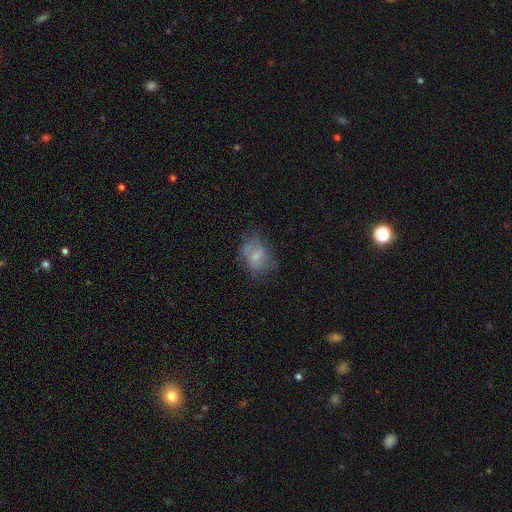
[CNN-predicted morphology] smooth-or-featured: smooth: 48% | featured or disk: 41% | star or artifact: 11%
  merging: none: 51% | minor disturbance: 26% | major disturbance: 21% | merger: 2%